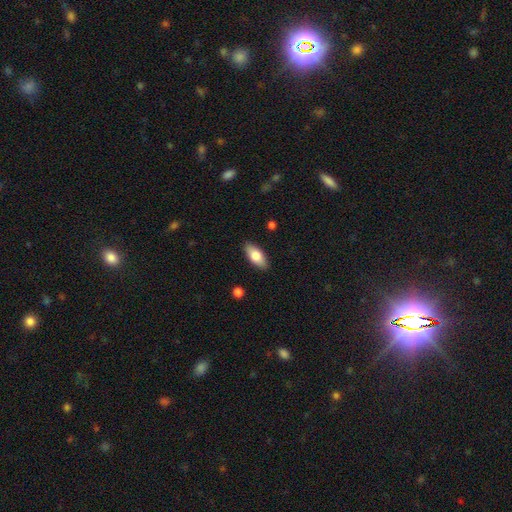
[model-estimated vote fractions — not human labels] A smooth galaxy with no disk features (76%) that is in between round and cigar-shaped (87%). Merging: none (88%).